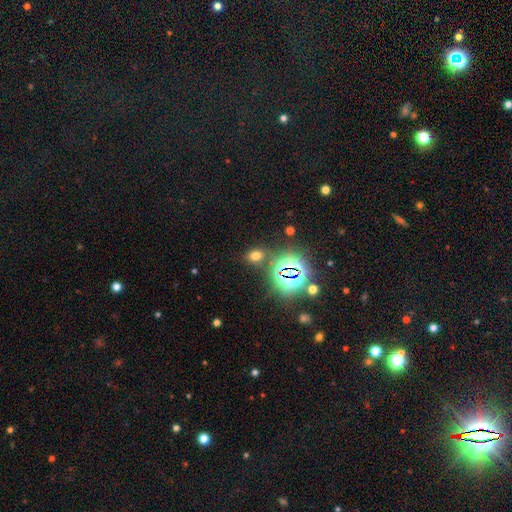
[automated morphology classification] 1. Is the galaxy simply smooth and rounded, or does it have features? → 58% smooth, 34% star or artifact, 8% featured or disk.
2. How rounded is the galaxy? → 67% in between, 31% round, 2% cigar-shaped.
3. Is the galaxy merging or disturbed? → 77% none, 10% minor disturbance, 8% merger, 4% major disturbance.